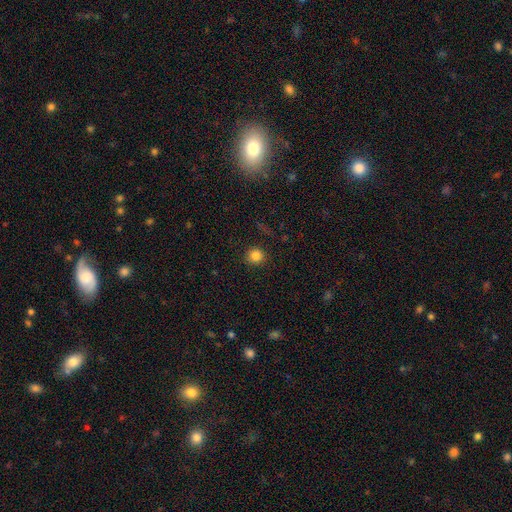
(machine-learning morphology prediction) A smooth galaxy with no disk features (82%) that is round (93%). Merging: none (88%).